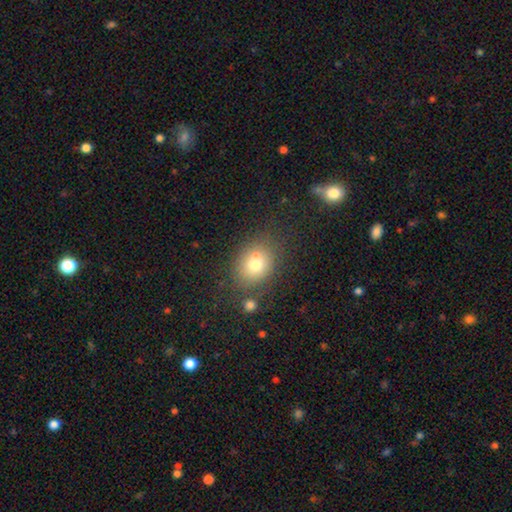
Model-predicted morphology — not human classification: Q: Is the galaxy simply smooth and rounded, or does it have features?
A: smooth — 72%.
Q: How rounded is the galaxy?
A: round — 52%.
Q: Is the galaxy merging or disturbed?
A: none — 60%.